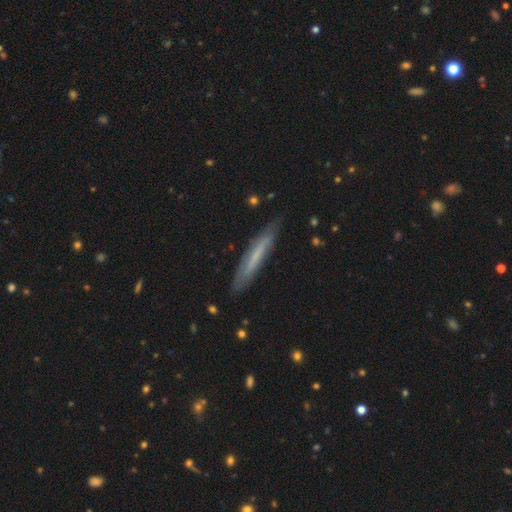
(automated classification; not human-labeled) A smooth galaxy with no disk features (48%). Merging: none (81%).